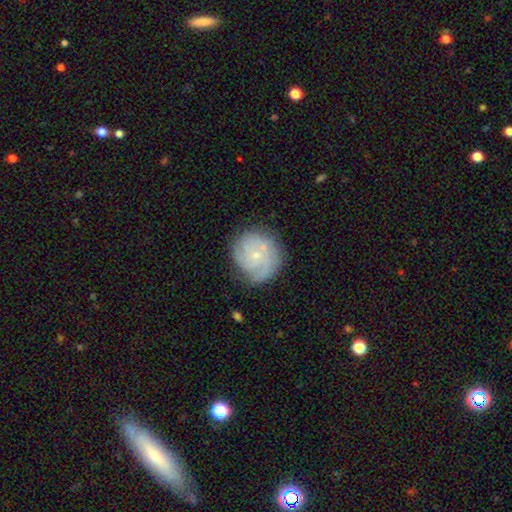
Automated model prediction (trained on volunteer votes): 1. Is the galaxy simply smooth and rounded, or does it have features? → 69% featured or disk, 23% smooth, 8% star or artifact.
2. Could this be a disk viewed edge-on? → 98% no, 2% yes.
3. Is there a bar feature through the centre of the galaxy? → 79% no, 18% weak, 2% strong.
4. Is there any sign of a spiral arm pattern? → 91% yes, 9% no.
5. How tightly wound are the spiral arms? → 64% tight, 27% medium, 8% loose.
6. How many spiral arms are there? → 33% can't tell, 29% 3, 16% 2, 10% 4, 6% 1, 5% more than 4.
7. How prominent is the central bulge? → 76% small, 19% moderate, 3% none, 1% large, 1% dominant.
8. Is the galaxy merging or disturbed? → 73% none, 19% minor disturbance, 6% major disturbance, 2% merger.